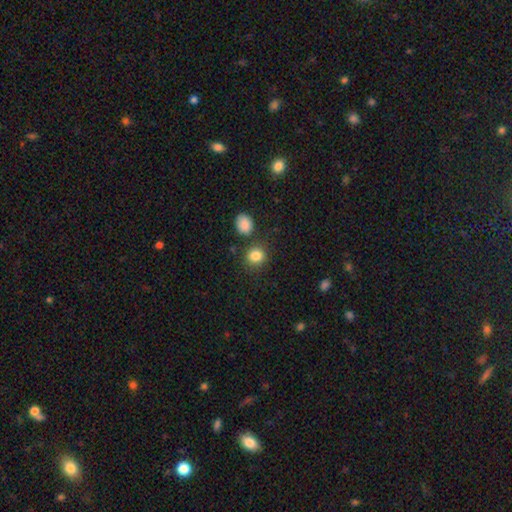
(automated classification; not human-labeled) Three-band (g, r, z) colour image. It shows a smooth galaxy with no disk features (84%) that is round (74%). Merging: none (78%).